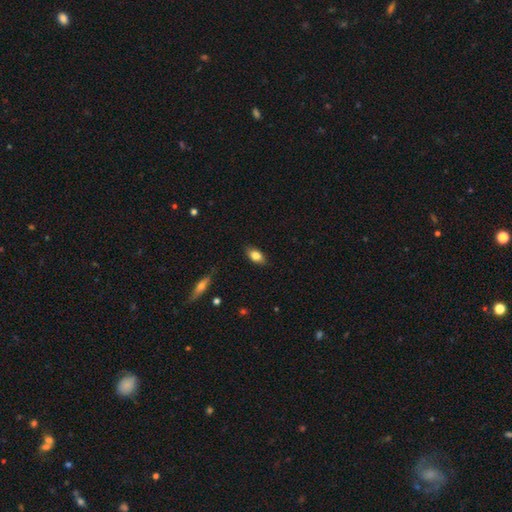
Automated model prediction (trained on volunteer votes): The model was most divided on "smooth or featured": smooth: 80%, featured or disk: 13%, star or artifact: 7%. More confident: how rounded — in between (89%); merging — none (85%).